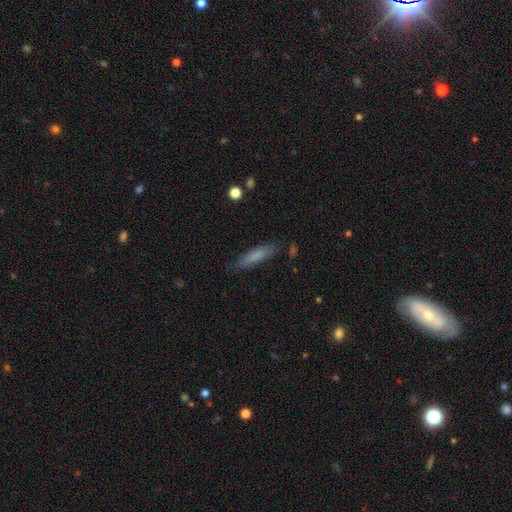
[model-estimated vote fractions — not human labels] This appears to be a smooth galaxy with no disk features (76%) that is cigar-shaped (79%). Merging: none (82%).